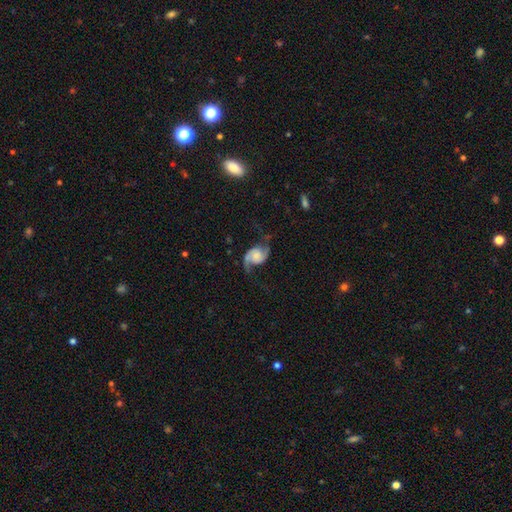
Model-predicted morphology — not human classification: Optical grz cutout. It shows a featured or disk galaxy (83%) with no bar (68%), 2 (92%) loose (58%) spiral arms (96%) and a small central bulge (35%). Merging: none (66%).